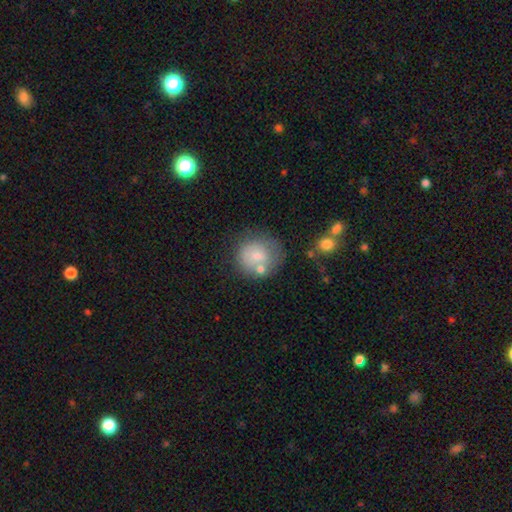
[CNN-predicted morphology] smooth-or-featured: smooth: 71% | featured or disk: 20% | star or artifact: 8%
  how-rounded: round: 84% | in between: 15% | cigar-shaped: 1%
  merging: none: 55% | minor disturbance: 20% | merger: 16% | major disturbance: 9%